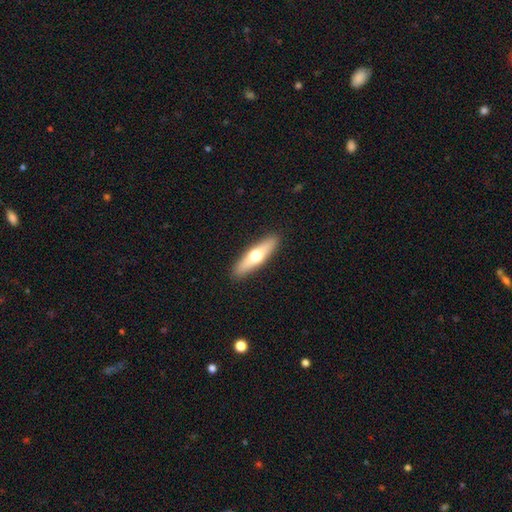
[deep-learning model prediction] smooth_or_featured: smooth (p=0.51) [alt: featured or disk p=0.44]
how_rounded: cigar-shaped (p=0.74) [alt: in between p=0.24]
merging: none (p=0.91) [alt: minor disturbance p=0.07]